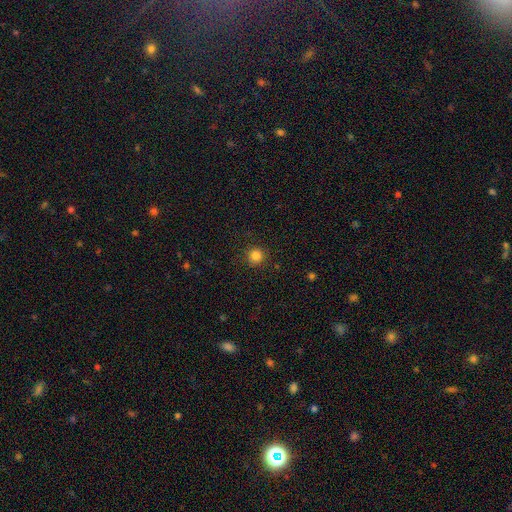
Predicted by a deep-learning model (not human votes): This appears to be a smooth galaxy with no disk features (83%) that is round (95%). Merging: none (90%).